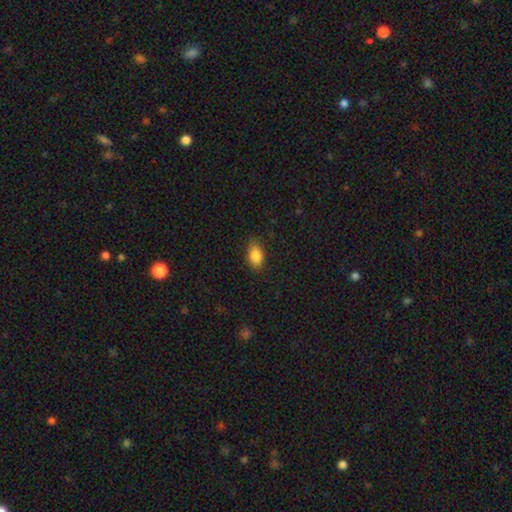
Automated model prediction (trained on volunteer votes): smooth 85%, star or artifact 9%, featured or disk 6%. Down the decision tree: how rounded — in between (86%); merging — none (80%).